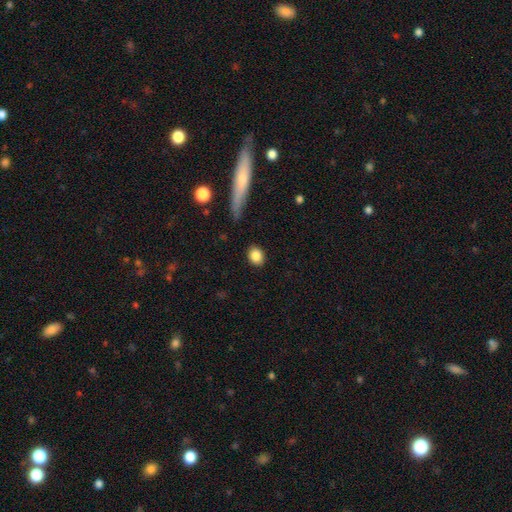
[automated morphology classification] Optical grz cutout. It shows a smooth galaxy with no disk features (86%) that is in between round and cigar-shaped (50%). Merging: none (88%).